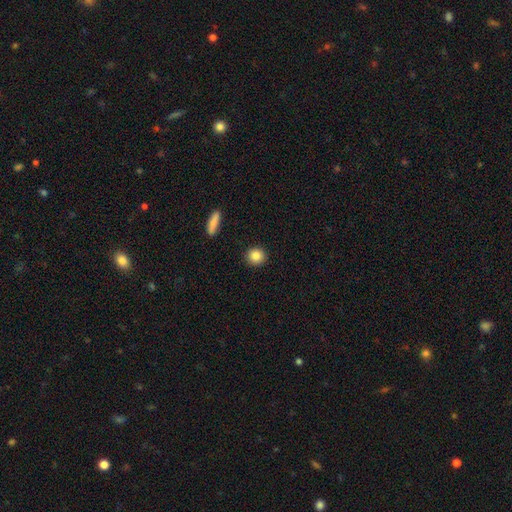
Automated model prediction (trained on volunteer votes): Morphology: type=smooth (86%); roundness=round (86%); merging=none (91%).